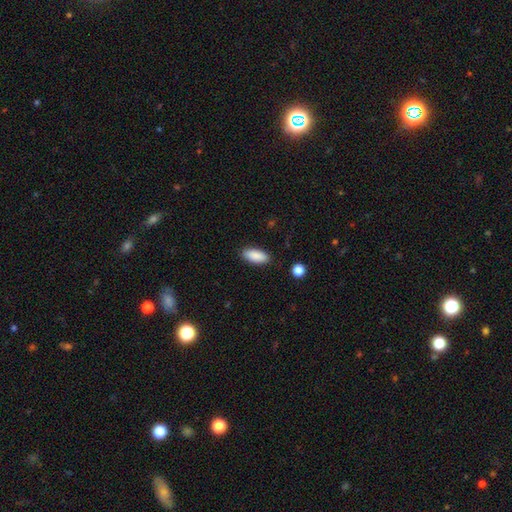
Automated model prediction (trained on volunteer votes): Q: Smooth or featured?
A: smooth (89%); runner-up: star or artifact (6%)
Q: How rounded?
A: in between (84%); runner-up: cigar-shaped (14%)
Q: Merging?
A: none (88%); runner-up: minor disturbance (9%)